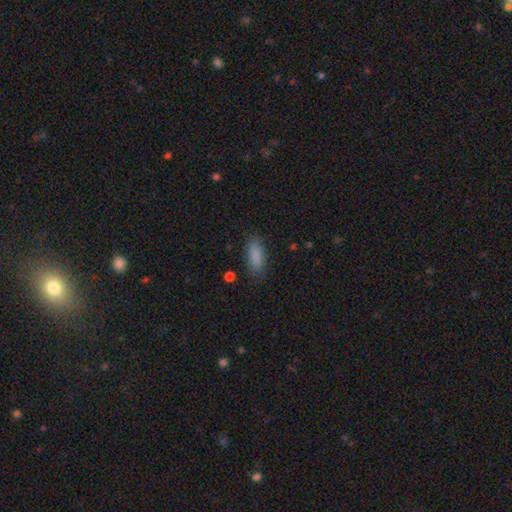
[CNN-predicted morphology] A smooth galaxy with no disk features (87%) that is in between round and cigar-shaped (75%).

Vote fractions:
- Smooth or featured? smooth: 87% / star or artifact: 8% / featured or disk: 5%
- How rounded? in between: 75% / cigar-shaped: 23% / round: 2%
- Merging? none: 82% / minor disturbance: 13% / major disturbance: 3% / merger: 1%